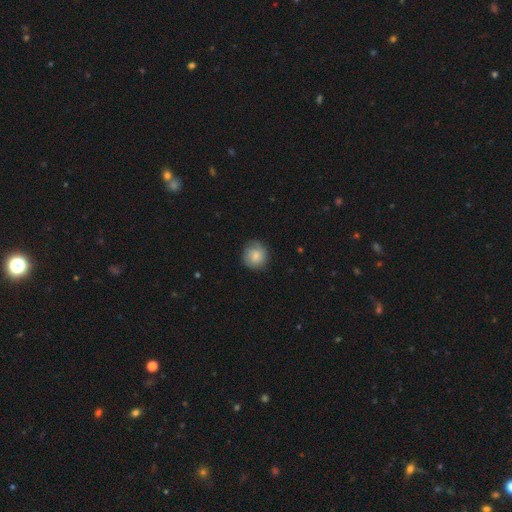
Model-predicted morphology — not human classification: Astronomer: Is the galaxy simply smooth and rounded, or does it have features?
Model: smooth — 75%.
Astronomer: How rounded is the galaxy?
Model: round — 85%.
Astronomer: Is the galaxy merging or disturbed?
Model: none — 74%.